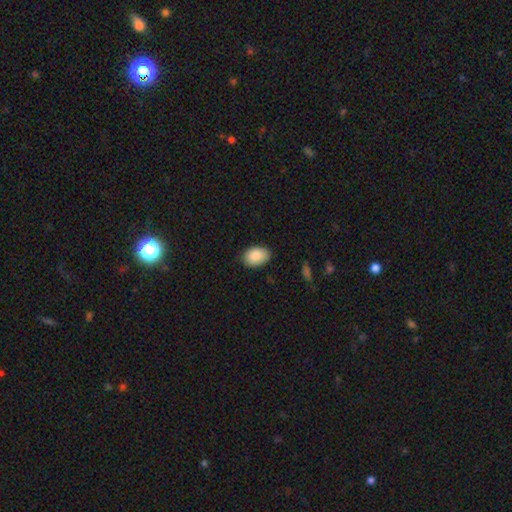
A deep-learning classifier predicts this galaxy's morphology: Overall: smooth (89%). How rounded: in between (84%). Merging: none (81%).